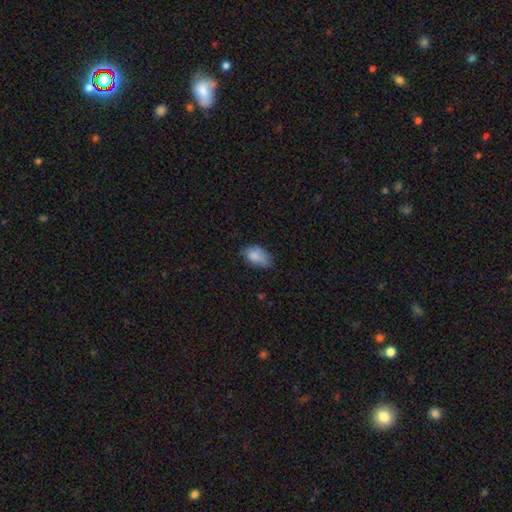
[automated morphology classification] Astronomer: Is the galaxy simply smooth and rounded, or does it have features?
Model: smooth — 83%.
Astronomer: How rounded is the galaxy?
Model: in between — 92%.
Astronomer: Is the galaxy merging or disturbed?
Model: none — 56% (runner-up: minor disturbance, 34%).